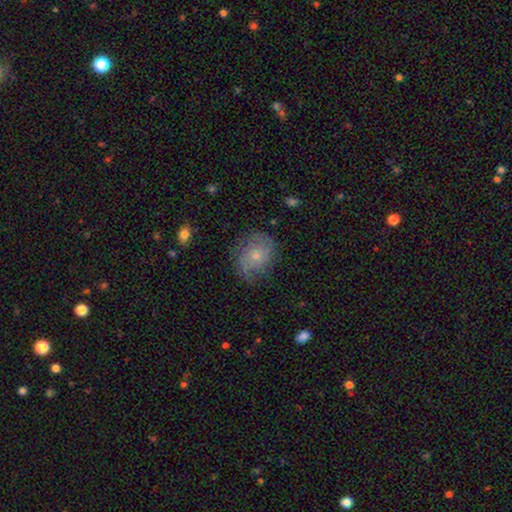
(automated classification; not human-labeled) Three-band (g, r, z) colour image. It shows a featured or disk galaxy (48%). Merging: none (66%).